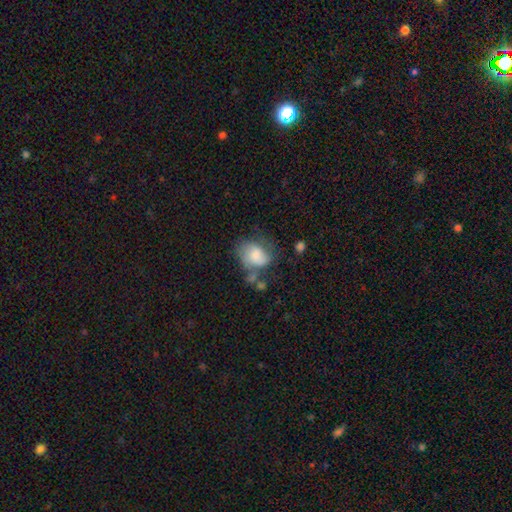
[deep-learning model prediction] Overall: smooth (61%; featured or disk 31%). How rounded: in between (63%; round 35%). Merging: none (33%; minor disturbance 29%).